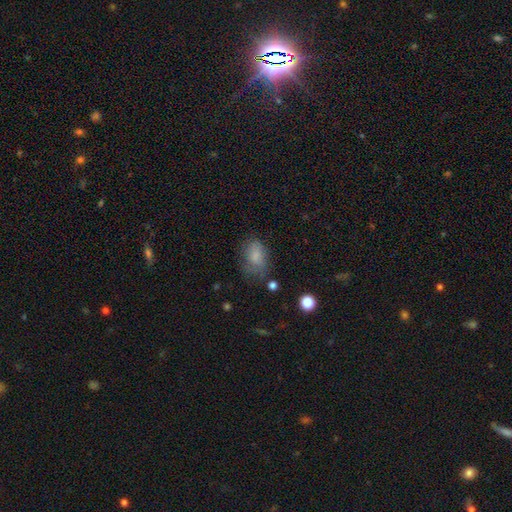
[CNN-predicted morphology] Smooth or featured? smooth (79%)
How rounded? in between (86%)
Merging? none (56%)